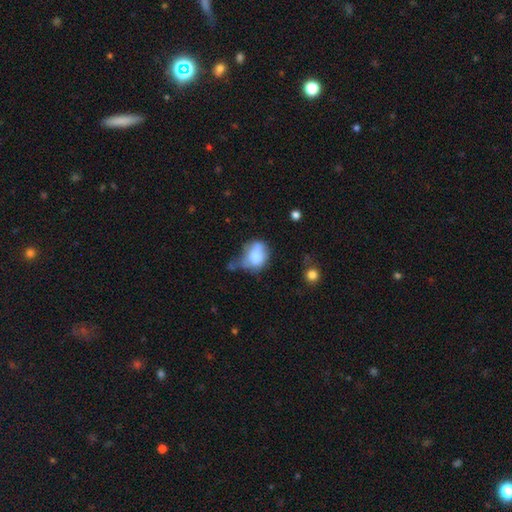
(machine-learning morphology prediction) Q: Smooth or featured?
A: smooth (72%); runner-up: featured or disk (19%)
Q: How rounded?
A: in between (58%); runner-up: round (41%)
Q: Merging?
A: minor disturbance (34%); runner-up: none (25%)